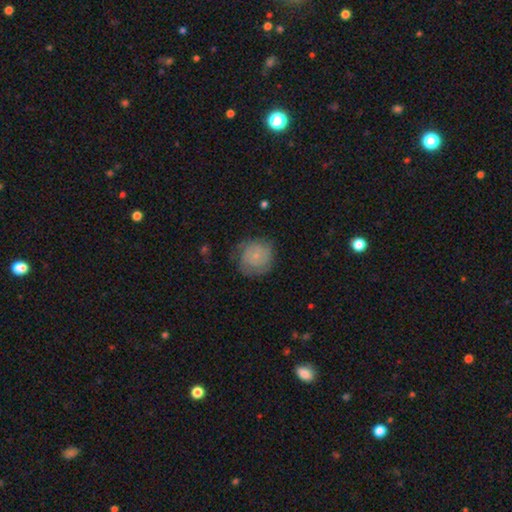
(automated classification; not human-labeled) Morphology: type=smooth (51%); roundness=round (86%); merging=none (66%).